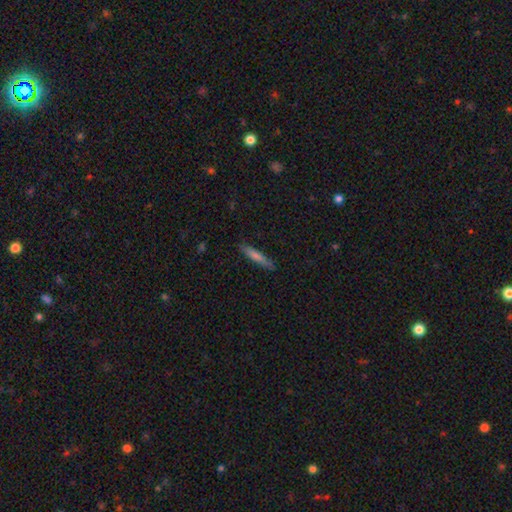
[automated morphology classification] smooth_or_featured: smooth (p=0.64) [alt: featured or disk p=0.30]
how_rounded: cigar-shaped (p=0.92) [alt: in between p=0.06]
merging: none (p=0.88) [alt: minor disturbance p=0.09]